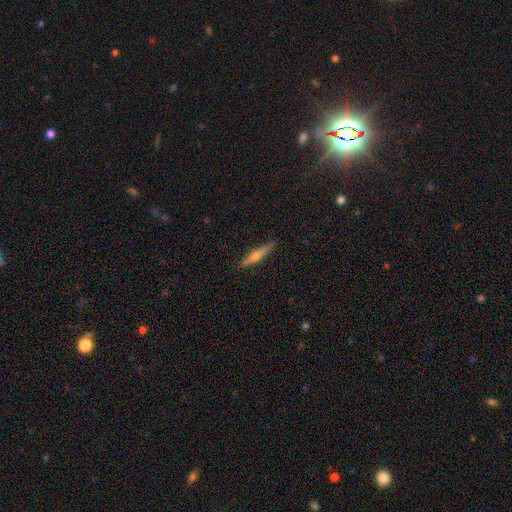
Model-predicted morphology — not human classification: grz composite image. It shows a featured or disk galaxy (53%) viewed edge-on (96%) with a rounded central bulge (81%). Merging: none (89%).